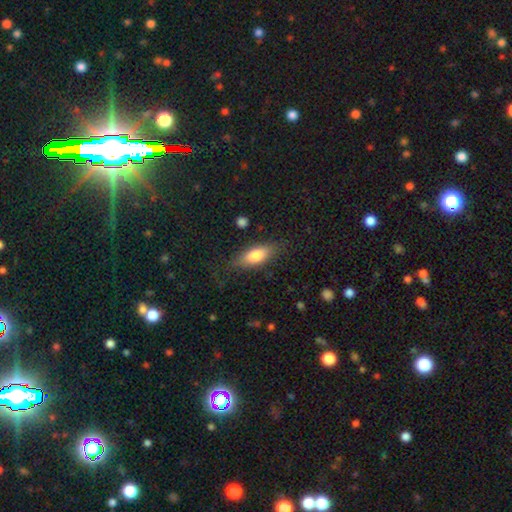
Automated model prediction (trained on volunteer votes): Q: Smooth or featured?
A: smooth (74%); runner-up: featured or disk (19%)
Q: How rounded?
A: in between (73%); runner-up: cigar-shaped (23%)
Q: Merging?
A: none (80%); runner-up: minor disturbance (15%)